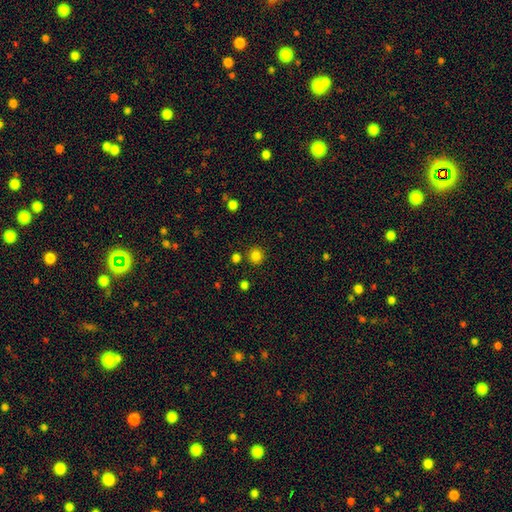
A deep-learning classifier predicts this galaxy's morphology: type=smooth (82%); roundness=round (93%); merging=none (86%).